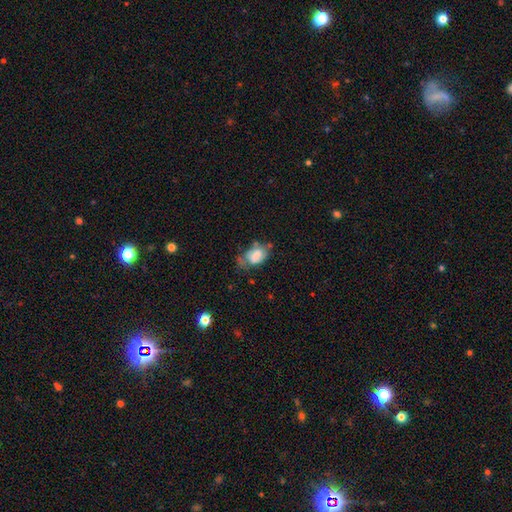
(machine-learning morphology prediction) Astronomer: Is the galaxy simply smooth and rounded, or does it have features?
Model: smooth — 66%.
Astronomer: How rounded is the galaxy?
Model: in between — 86%.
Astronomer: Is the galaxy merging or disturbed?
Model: minor disturbance — 33% (runner-up: none, 32%).